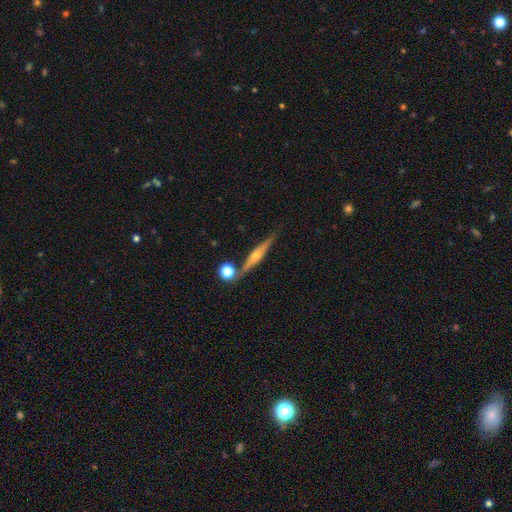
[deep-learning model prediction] Smooth or featured? Predicted: featured or disk (p=0.74). Edge-on disk? Predicted: yes (p=0.96). Edge-on bulge? Predicted: rounded (p=0.89). Merging? Predicted: none (p=0.78).